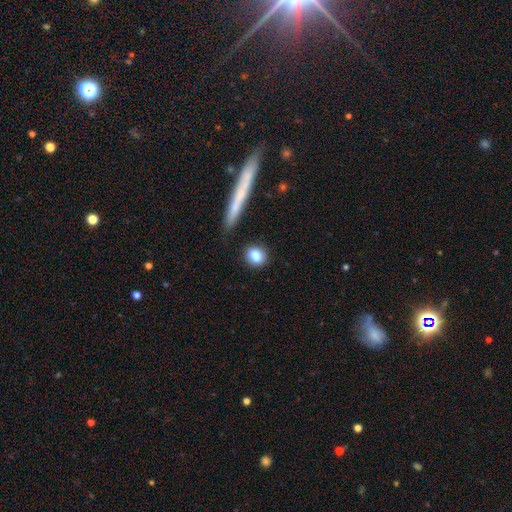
Volunteers were most divided on "how rounded": round: 62%, in between: 29%, cigar-shaped: 9%. More confident: smooth or featured — smooth (87%); merging — none (84%).